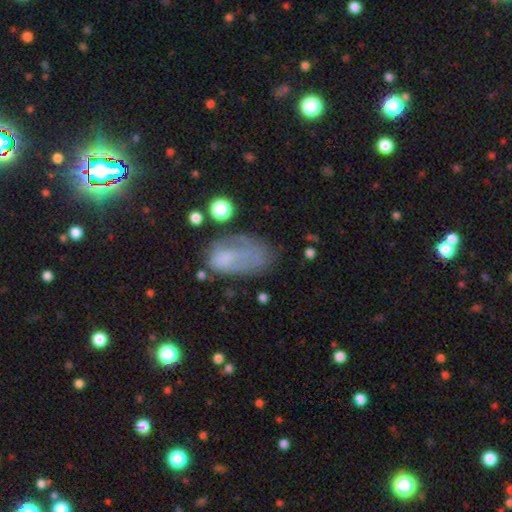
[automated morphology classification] Overall: smooth (54%; featured or disk 34%). How rounded: in between (90%). Merging: none (33%; major disturbance 32%).